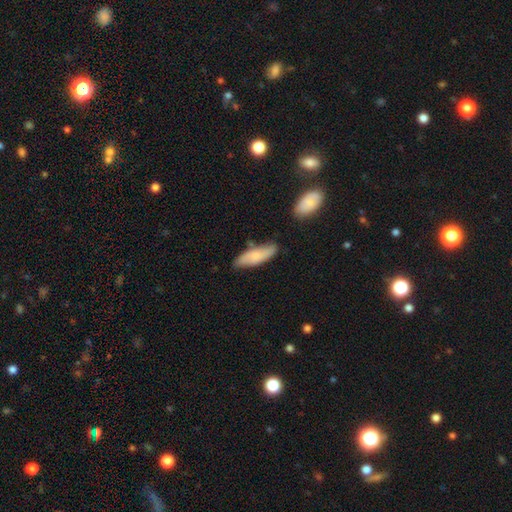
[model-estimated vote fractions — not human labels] Smooth or featured?
  - smooth: 74% *
  - featured or disk: 20%
  - star or artifact: 6%
How rounded?
  - in between: 54% *
  - cigar-shaped: 44%
  - round: 2%
Merging?
  - none: 73% *
  - minor disturbance: 20%
  - merger: 4%
  - major disturbance: 3%